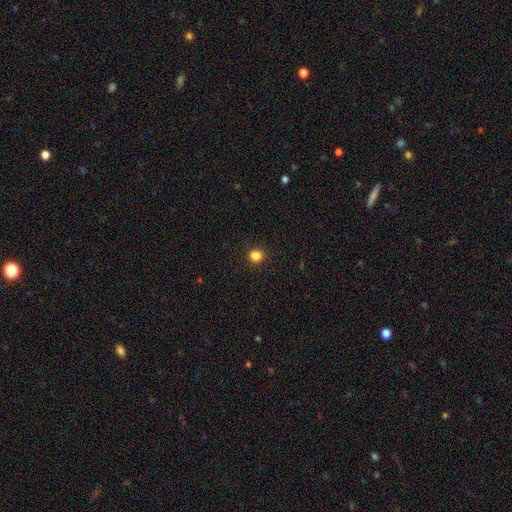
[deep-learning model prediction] Smooth or featured? Predicted: smooth (p=0.85). How rounded? Predicted: round (p=0.78). Merging? Predicted: none (p=0.88).